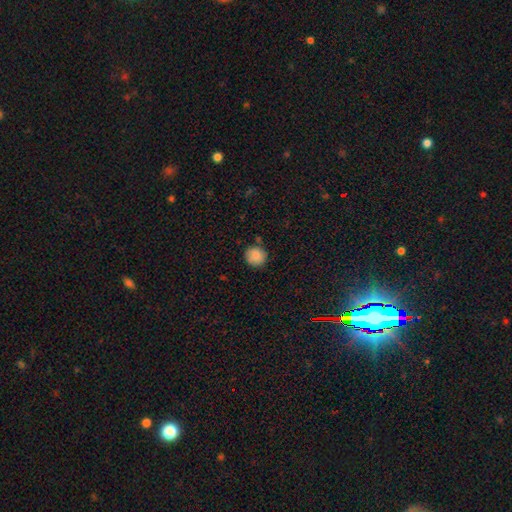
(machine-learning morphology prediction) Smooth or featured?
  - smooth: 85% *
  - star or artifact: 9%
  - featured or disk: 6%
How rounded?
  - round: 92% *
  - in between: 7%
  - cigar-shaped: 1%
Merging?
  - none: 85% *
  - minor disturbance: 10%
  - merger: 3%
  - major disturbance: 2%